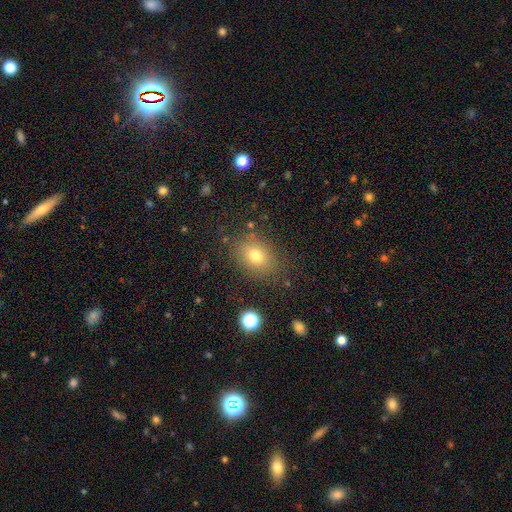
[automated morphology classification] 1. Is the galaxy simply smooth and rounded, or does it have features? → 73% smooth, 14% star or artifact, 13% featured or disk.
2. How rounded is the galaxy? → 64% in between, 34% round, 1% cigar-shaped.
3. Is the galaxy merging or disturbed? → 81% none, 12% minor disturbance, 5% major disturbance, 2% merger.